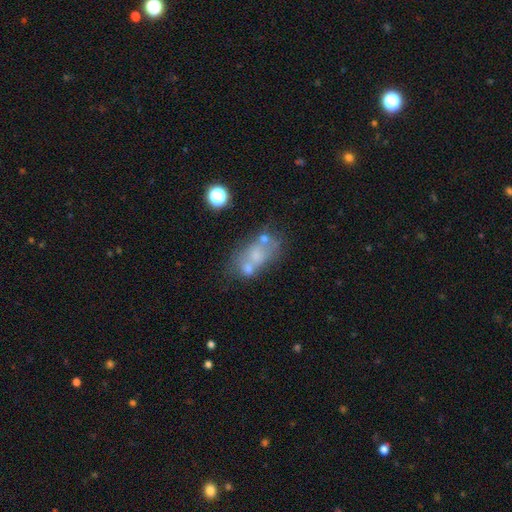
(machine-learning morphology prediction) smooth_or_featured: smooth (p=0.43) [alt: featured or disk p=0.40]
merging: none (p=0.36) [alt: merger p=0.35]